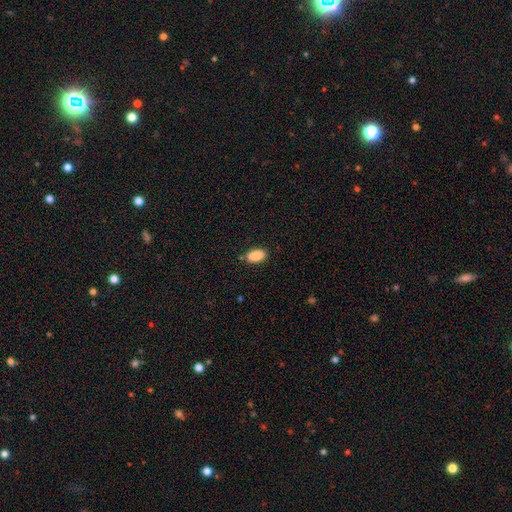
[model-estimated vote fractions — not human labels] Smooth or featured?
  - smooth: 89% *
  - star or artifact: 7%
  - featured or disk: 4%
How rounded?
  - in between: 92% *
  - cigar-shaped: 5%
  - round: 4%
Merging?
  - none: 83% *
  - minor disturbance: 12%
  - major disturbance: 2%
  - merger: 2%